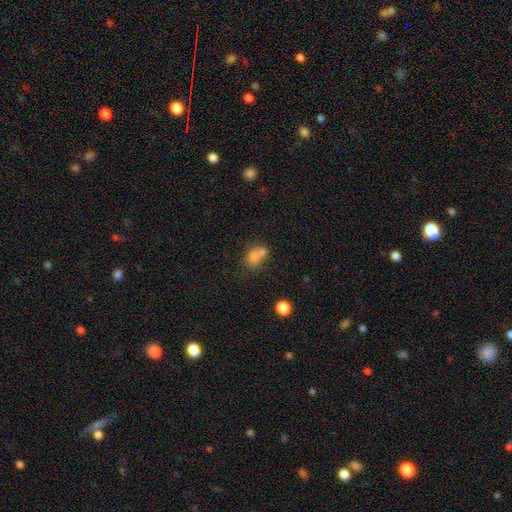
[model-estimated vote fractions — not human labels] smooth_or_featured: smooth (p=0.73) [alt: featured or disk p=0.14]
how_rounded: round (p=0.58) [alt: in between p=0.41]
merging: merger (p=0.56) [alt: none p=0.31]